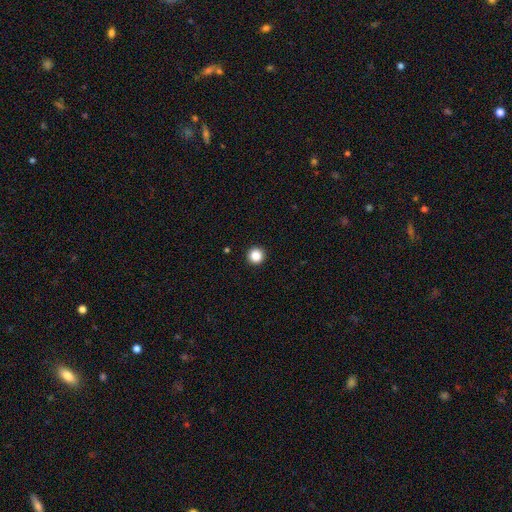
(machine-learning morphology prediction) A smooth galaxy with no disk features (87%) that is round (96%).

Vote fractions:
- Smooth or featured? smooth: 87% / star or artifact: 10% / featured or disk: 3%
- How rounded? round: 96% / in between: 3% / cigar-shaped: 1%
- Merging? none: 94% / minor disturbance: 4% / major disturbance: 1% / merger: 1%